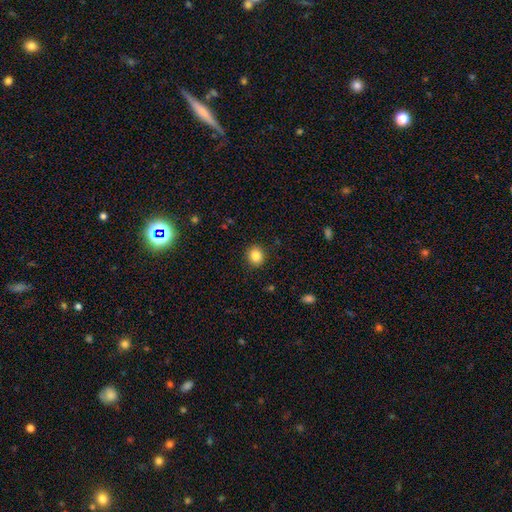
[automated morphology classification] type=smooth (85%); roundness=round (79%); merging=none (91%).